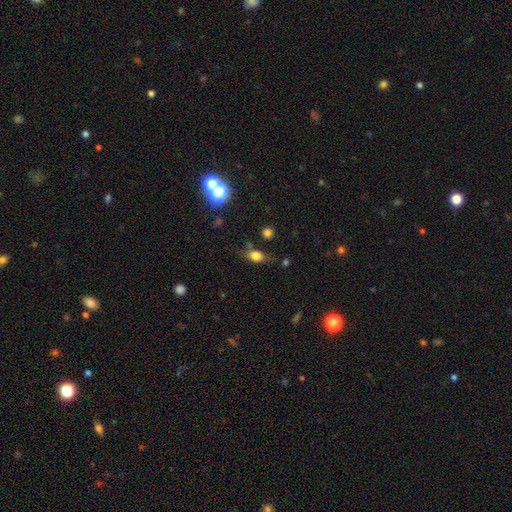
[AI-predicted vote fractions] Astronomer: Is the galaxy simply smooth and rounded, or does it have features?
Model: smooth — 73%.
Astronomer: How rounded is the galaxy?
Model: in between — 68%.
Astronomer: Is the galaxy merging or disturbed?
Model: none — 64%.